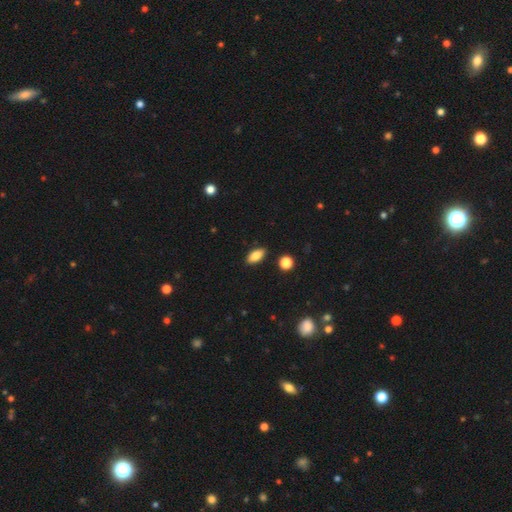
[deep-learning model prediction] Q: Smooth or featured?
A: smooth (85%); runner-up: star or artifact (8%)
Q: How rounded?
A: in between (90%); runner-up: cigar-shaped (6%)
Q: Merging?
A: none (88%); runner-up: minor disturbance (8%)